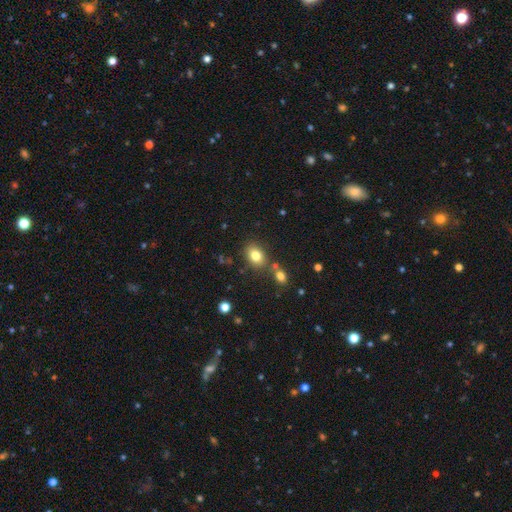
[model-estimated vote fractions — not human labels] Smooth or featured: smooth — 80% (star or artifact — 11%)
How rounded: in between — 70% (round — 29%)
Merging: none — 70% (merger — 14%)